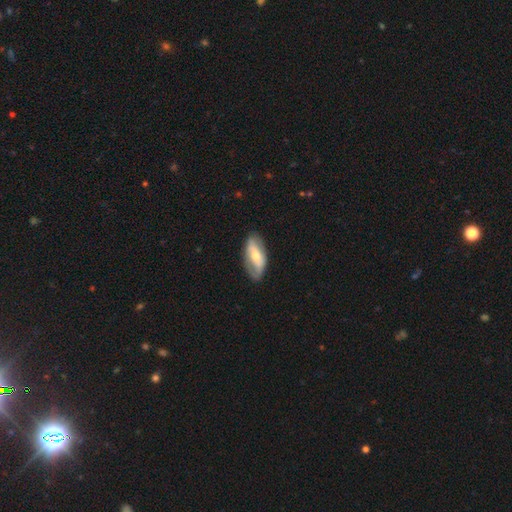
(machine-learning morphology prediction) smooth-or-featured: featured or disk: 54% | smooth: 41% | star or artifact: 6%
  disk-edge-on: no: 84% | yes: 16%
  merging: none: 74% | minor disturbance: 19% | major disturbance: 6% | merger: 1%